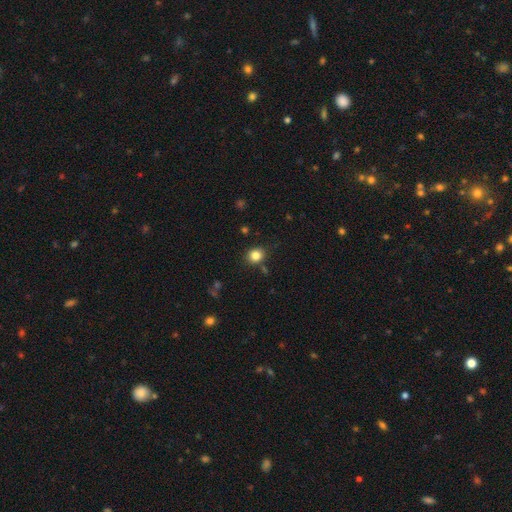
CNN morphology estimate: smooth_or_featured: smooth (p=0.83) [alt: star or artifact p=0.11]
how_rounded: round (p=0.76) [alt: in between p=0.23]
merging: none (p=0.85) [alt: minor disturbance p=0.09]